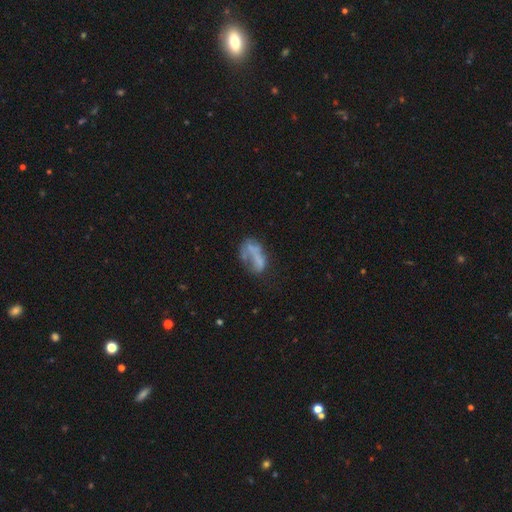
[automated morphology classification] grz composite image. It shows a smooth galaxy with no disk features (45%). Merging: major disturbance (32%).